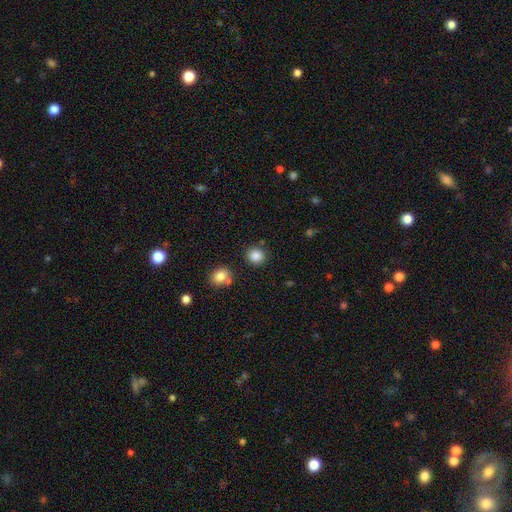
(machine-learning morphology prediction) Smooth or featured?
  - smooth: 86% *
  - star or artifact: 10%
  - featured or disk: 4%
How rounded?
  - round: 86% *
  - in between: 13%
  - cigar-shaped: 1%
Merging?
  - none: 84% *
  - minor disturbance: 8%
  - merger: 5%
  - major disturbance: 3%